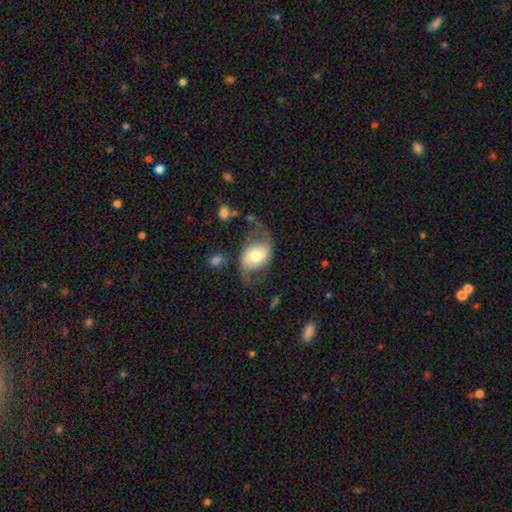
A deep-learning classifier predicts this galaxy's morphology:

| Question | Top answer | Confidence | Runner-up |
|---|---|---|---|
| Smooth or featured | featured or disk | 61% | smooth (33%) |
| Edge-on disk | no | 96% | yes (4%) |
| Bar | no | 44% | weak (36%) |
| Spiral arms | yes | 81% | no (19%) |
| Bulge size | moderate | 61% | large (21%) |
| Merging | none | 54% | minor disturbance (23%) |